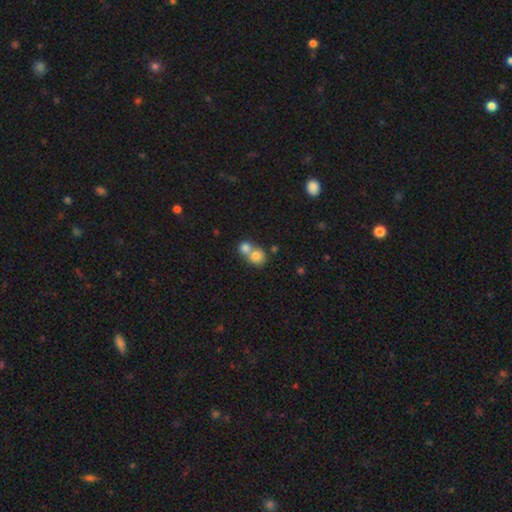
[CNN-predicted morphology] smooth-or-featured: smooth: 77% | featured or disk: 13% | star or artifact: 10%
  how-rounded: round: 78% | in between: 21% | cigar-shaped: 1%
  merging: merger: 64% | none: 30% | minor disturbance: 5% | major disturbance: 2%